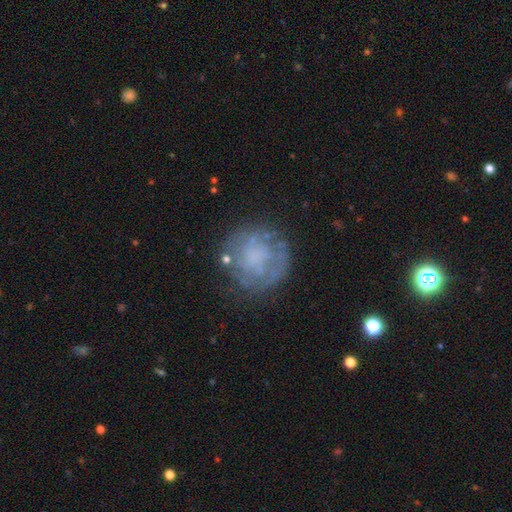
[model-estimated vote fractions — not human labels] Smooth or featured: featured or disk — 60% (smooth — 30%)
Edge-on disk: no — 98% (yes — 2%)
Bar: no — 84% (weak — 13%)
Spiral arms: no — 57% (yes — 43%)
Bulge size: none — 63% (small — 14%)
Merging: none — 69% (minor disturbance — 17%)